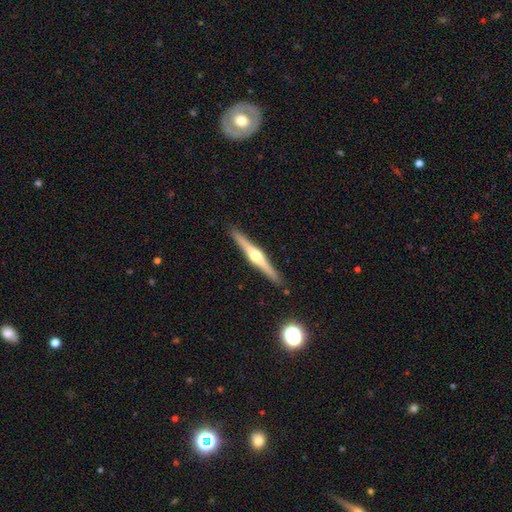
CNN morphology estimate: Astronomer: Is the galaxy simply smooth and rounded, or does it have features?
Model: featured or disk — 80%.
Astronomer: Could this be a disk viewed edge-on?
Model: yes — 98%.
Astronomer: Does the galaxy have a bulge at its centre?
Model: rounded — 94%.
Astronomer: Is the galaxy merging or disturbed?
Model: none — 91%.